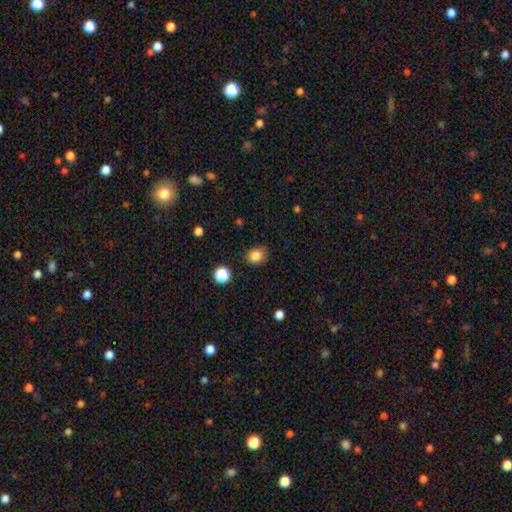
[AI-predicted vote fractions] smooth_or_featured: smooth (p=0.83) [alt: star or artifact p=0.11]
how_rounded: round (p=0.51) [alt: in between p=0.48]
merging: none (p=0.80) [alt: minor disturbance p=0.15]